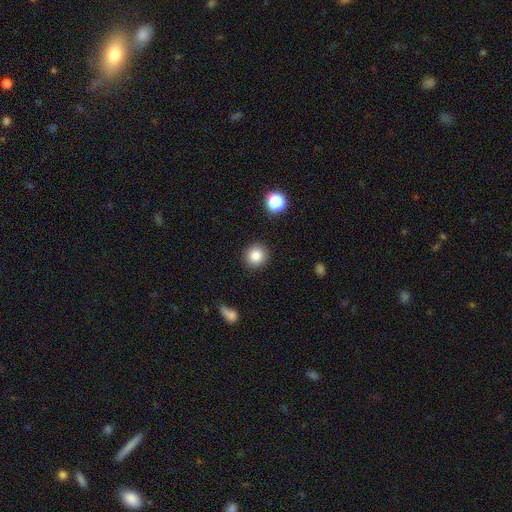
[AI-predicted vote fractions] A smooth galaxy with no disk features (84%) that is round (92%). Merging: none (90%).